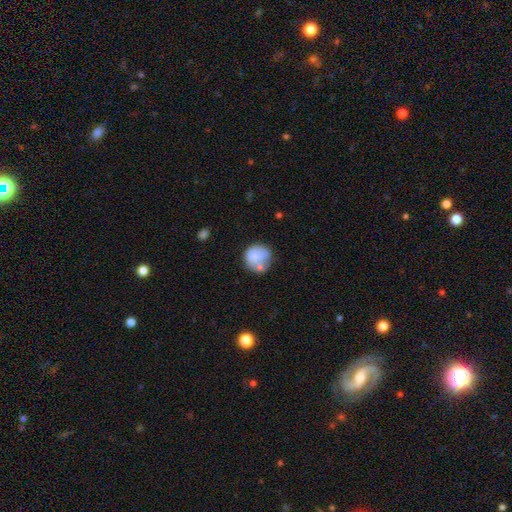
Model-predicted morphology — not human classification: Smooth or featured?
  - smooth: 77% *
  - featured or disk: 15%
  - star or artifact: 8%
How rounded?
  - round: 83% *
  - in between: 16%
  - cigar-shaped: 1%
Merging?
  - none: 51% *
  - minor disturbance: 22%
  - merger: 18%
  - major disturbance: 10%